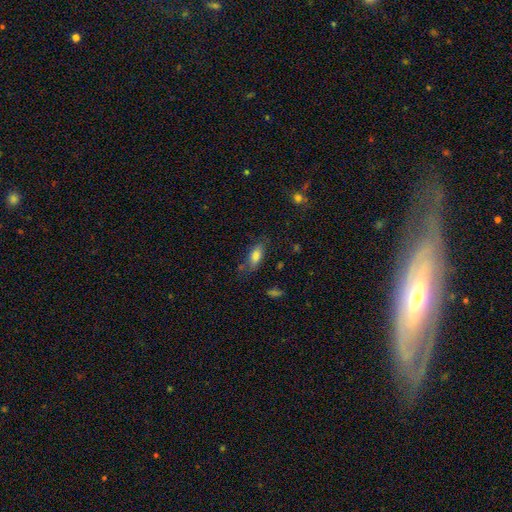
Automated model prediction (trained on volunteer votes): This appears to be a smooth galaxy with no disk features (79%) that is in between round and cigar-shaped (80%). Merging: none (65%).